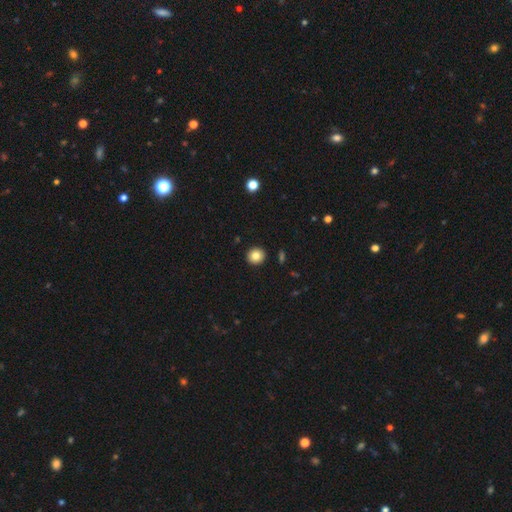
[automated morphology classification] Smooth or featured? smooth (83%)
How rounded? round (92%)
Merging? none (93%)